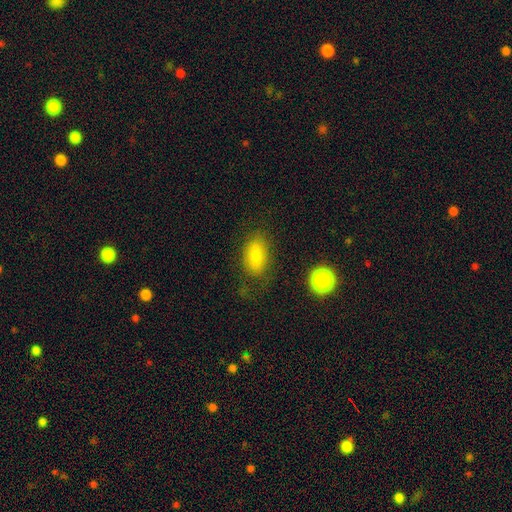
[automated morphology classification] Smooth or featured? Predicted: smooth (p=0.73). How rounded? Predicted: in between (p=0.86). Merging? Predicted: none (p=0.73).